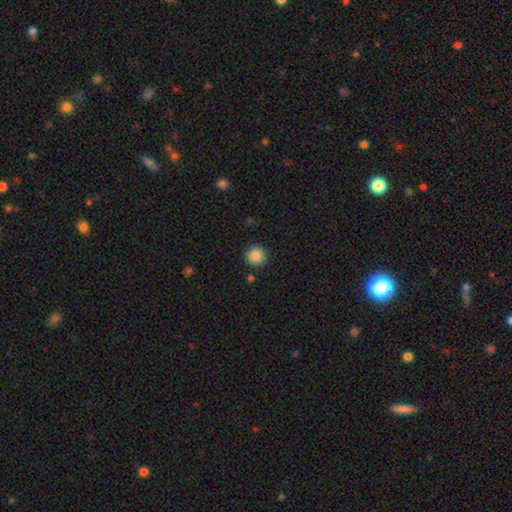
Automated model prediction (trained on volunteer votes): This appears to be a smooth galaxy with no disk features (87%) that is round (94%). Merging: none (90%).